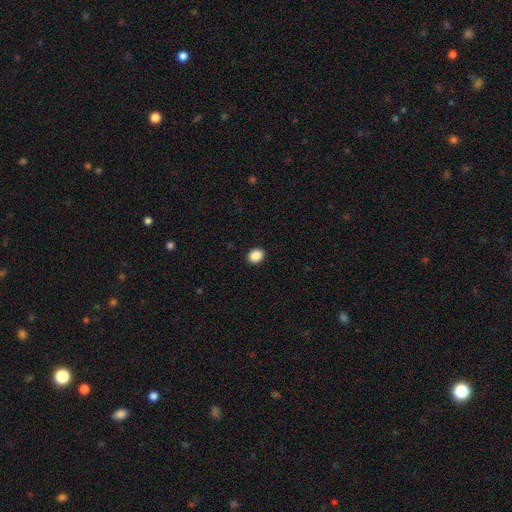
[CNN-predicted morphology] Smooth or featured: smooth — 89% (star or artifact — 9%)
How rounded: in between — 51% (round — 48%)
Merging: none — 92% (minor disturbance — 6%)